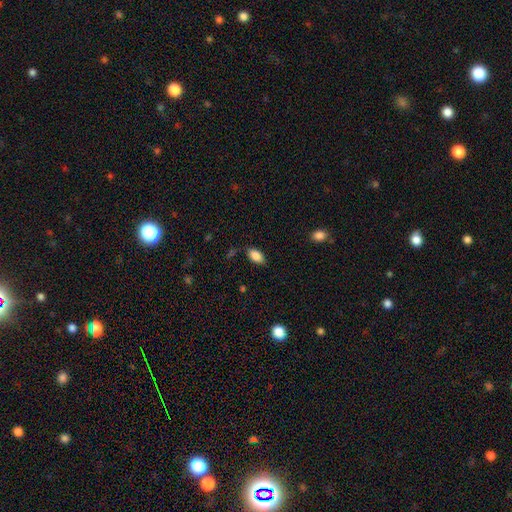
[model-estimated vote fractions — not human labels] Smooth or featured? smooth (87%)
How rounded? in between (92%)
Merging? none (81%)